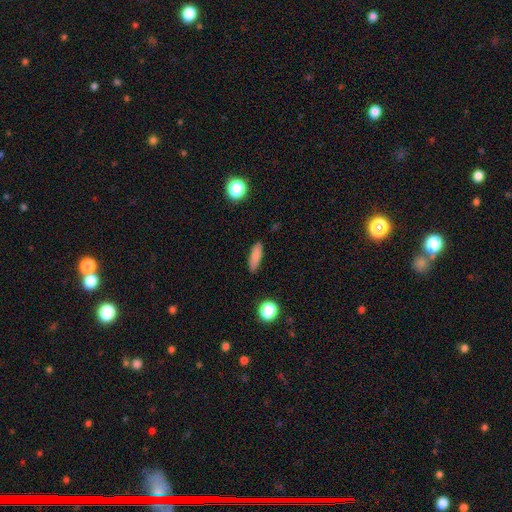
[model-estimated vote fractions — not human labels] smooth-or-featured: smooth: 83% | star or artifact: 9% | featured or disk: 8%
  how-rounded: cigar-shaped: 51% | in between: 46% | round: 4%
  merging: none: 86% | minor disturbance: 11% | major disturbance: 2% | merger: 1%